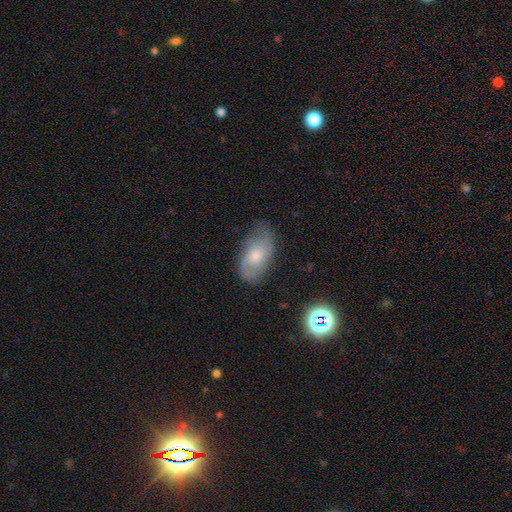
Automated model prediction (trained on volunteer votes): This appears to be a featured or disk galaxy (48%). Merging: none (69%).